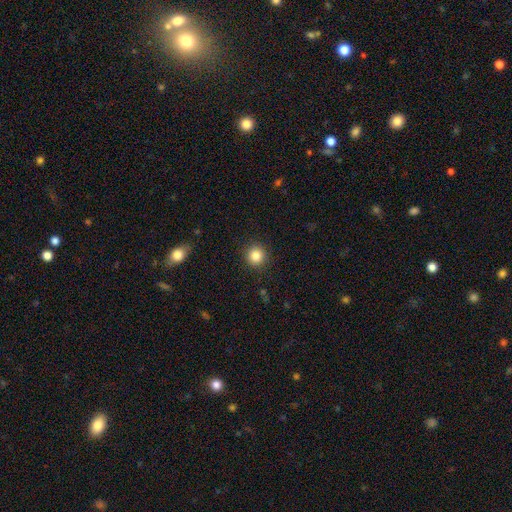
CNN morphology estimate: Overall: smooth (85%). How rounded: round (93%). Merging: none (91%).